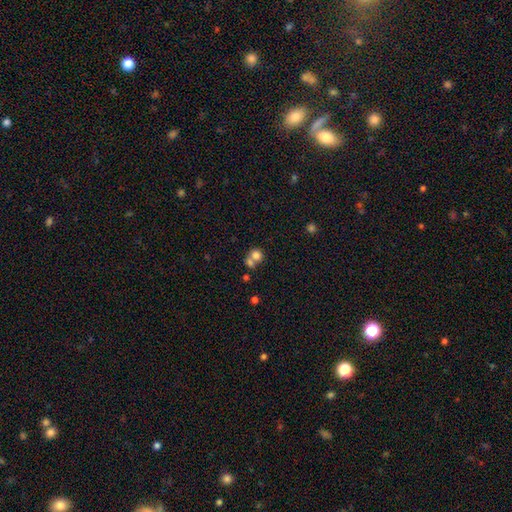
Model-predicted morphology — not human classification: This is likely a smooth galaxy (75%). How rounded: likely round (79%). Merging: possibly merger (55%).